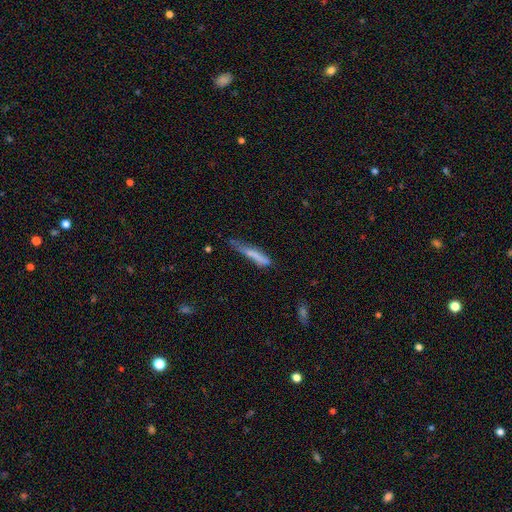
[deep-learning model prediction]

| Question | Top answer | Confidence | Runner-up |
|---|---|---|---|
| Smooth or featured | smooth | 69% | featured or disk (24%) |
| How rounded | cigar-shaped | 90% | in between (9%) |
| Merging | none | 43% | minor disturbance (34%) |